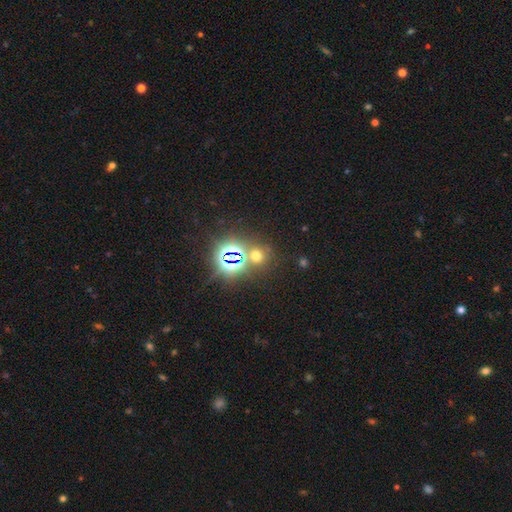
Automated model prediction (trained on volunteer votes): This is possibly a star or artifact rather than a galaxy (49%).